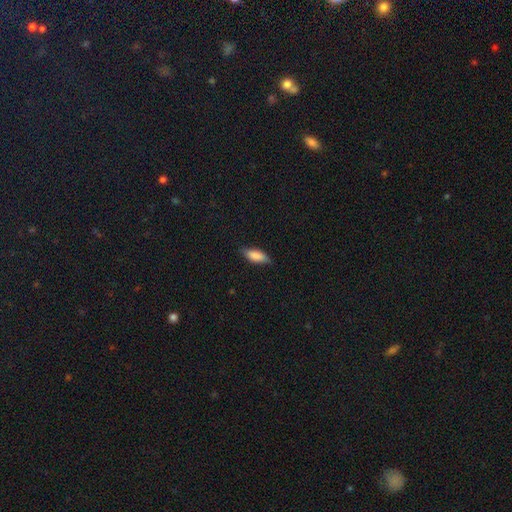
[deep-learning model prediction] The model was most divided on "how rounded": in between: 70%, cigar-shaped: 27%, round: 2%. More confident: smooth or featured — smooth (79%); merging — none (77%).